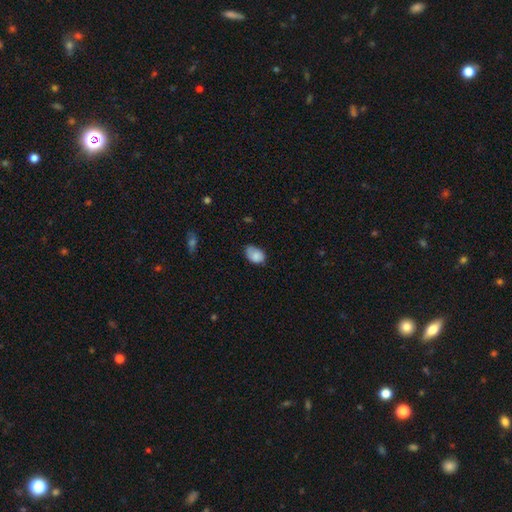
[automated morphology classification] Smooth or featured: smooth — 83% (featured or disk — 9%)
How rounded: in between — 83% (round — 16%)
Merging: none — 54% (minor disturbance — 37%)